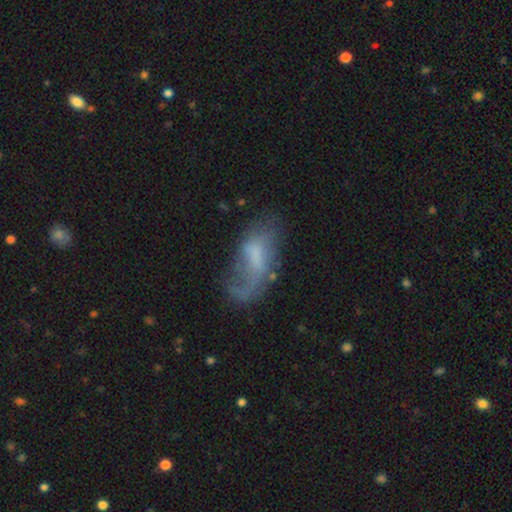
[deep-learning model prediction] Smooth or featured? featured or disk (54%)
Edge-on disk? no (94%)
Bar? no (45%)
Spiral arms? yes (67%)
Bulge size? none (40%)
Merging? major disturbance (36%, tied with none)